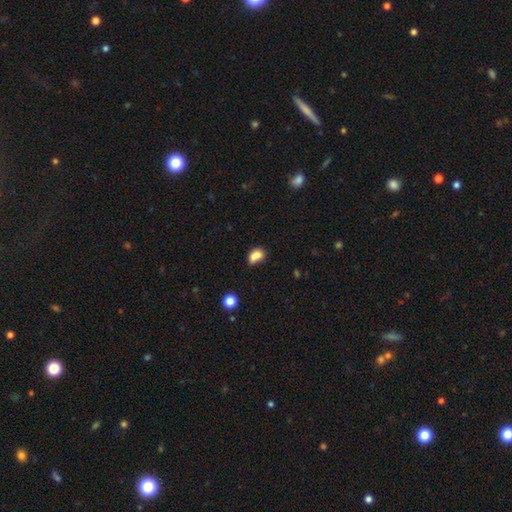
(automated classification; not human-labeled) This appears to be a smooth galaxy with no disk features (78%) that is in between round and cigar-shaped (71%). Merging: none (37%).